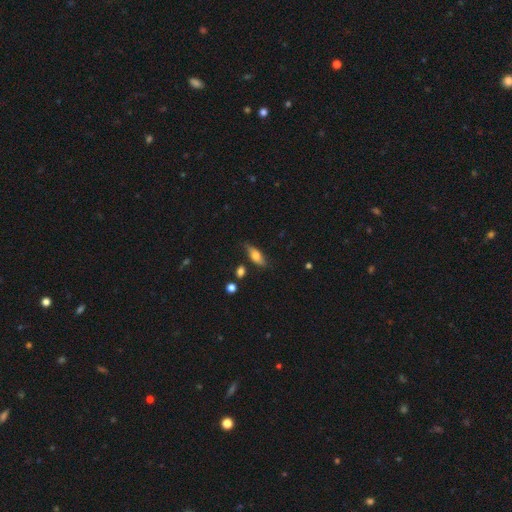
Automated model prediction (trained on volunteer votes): Overall: smooth (63%; featured or disk 30%). How rounded: in between (67%; cigar-shaped 29%). Merging: none (75%).